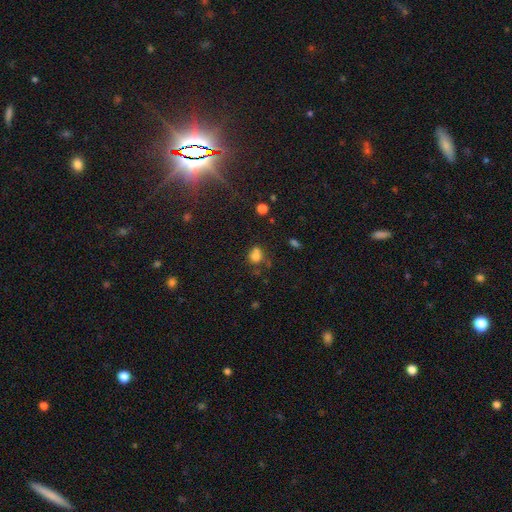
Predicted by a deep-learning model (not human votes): Smooth or featured? smooth (73%)
How rounded? round (70%)
Merging? none (42%)